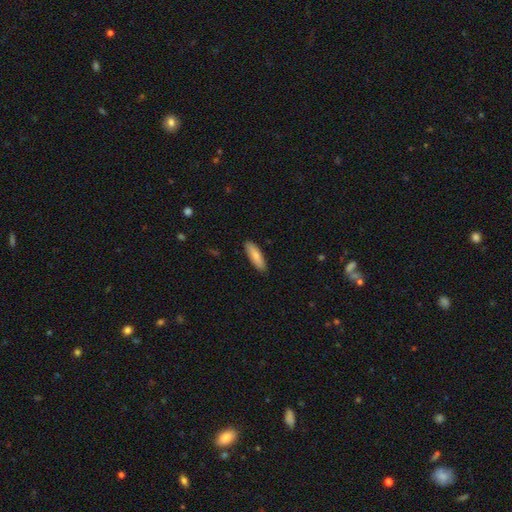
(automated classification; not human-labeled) Smooth or featured: smooth — 83% (featured or disk — 11%)
How rounded: cigar-shaped — 53% (in between — 45%)
Merging: none — 88% (minor disturbance — 9%)